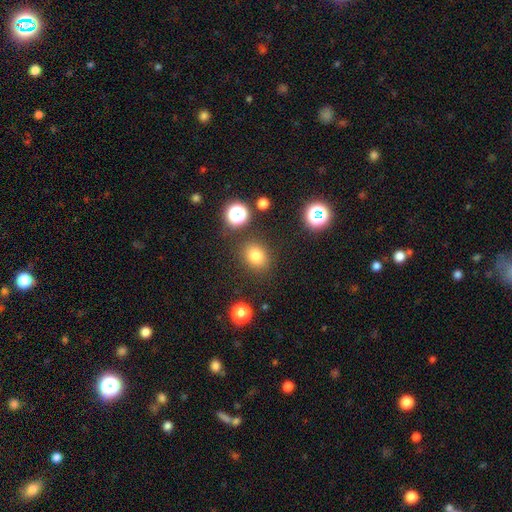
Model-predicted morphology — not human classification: smooth-or-featured: smooth: 79% | star or artifact: 14% | featured or disk: 7%
  how-rounded: round: 55% | in between: 44% | cigar-shaped: 1%
  merging: none: 84% | minor disturbance: 9% | major disturbance: 3% | merger: 3%